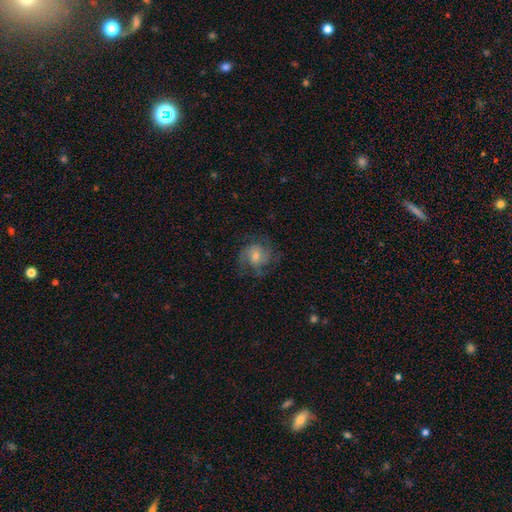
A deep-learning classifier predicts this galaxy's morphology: The model was most divided on "bulge size": small: 47%, moderate: 45%, large: 4%, none: 3%, dominant: 1%. Remaining: edge-on disk — no (98%); spiral arms — yes (93%); smooth or featured — featured or disk (73%); merging — none (71%); bar — no (66%); spiral winding — medium (46%); spiral arm count — 3 (34%).